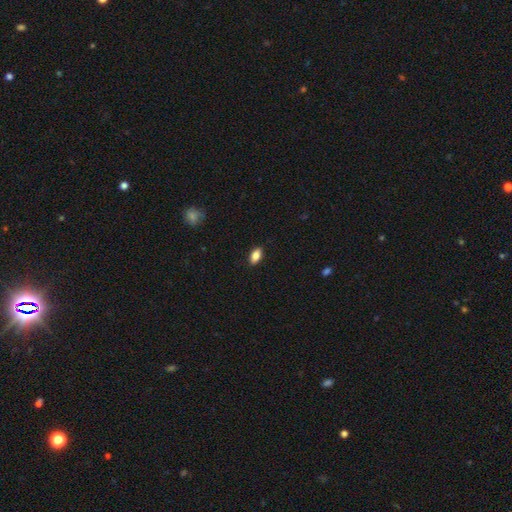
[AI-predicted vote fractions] smooth 84%, featured or disk 8%, star or artifact 8%. Down the decision tree: how rounded — in between (89%); merging — none (88%).